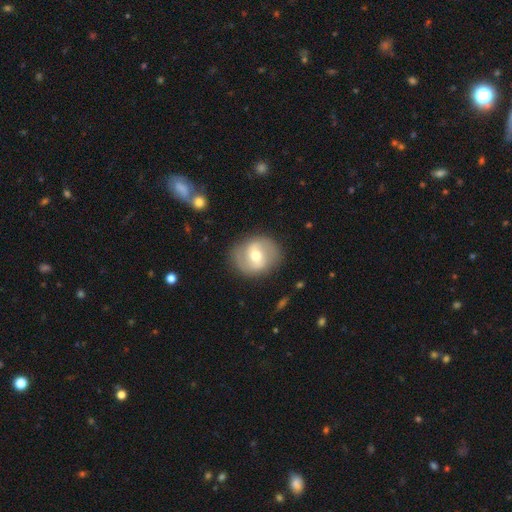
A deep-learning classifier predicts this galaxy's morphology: smooth_or_featured: featured or disk (p=0.62) [alt: smooth p=0.32]
disk_edge_on: no (p=0.97) [alt: yes p=0.03]
bar: weak (p=0.49) [alt: strong p=0.26]
has_spiral_arms: yes (p=0.72) [alt: no p=0.28]
bulge_size: moderate (p=0.70) [alt: small p=0.22]
merging: none (p=0.82) [alt: minor disturbance p=0.12]